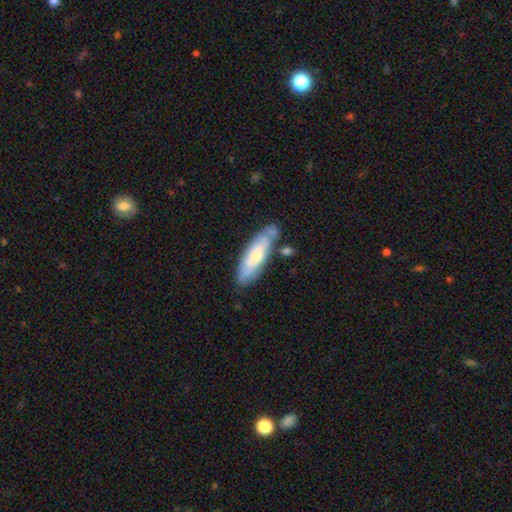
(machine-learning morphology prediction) Smooth or featured?
  - smooth: 56% *
  - featured or disk: 38%
  - star or artifact: 6%
How rounded?
  - cigar-shaped: 50% *
  - in between: 48%
  - round: 2%
Merging?
  - none: 68% *
  - minor disturbance: 20%
  - merger: 8%
  - major disturbance: 4%